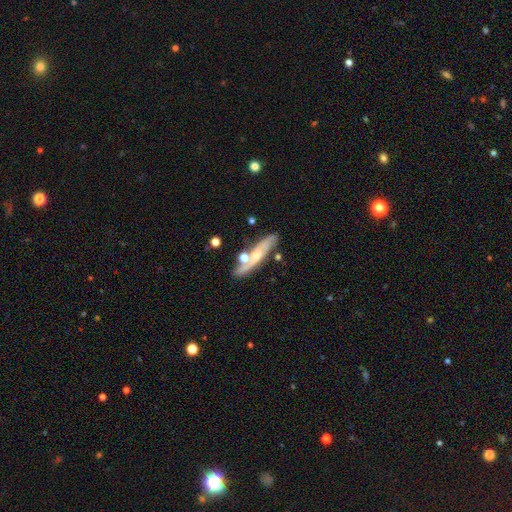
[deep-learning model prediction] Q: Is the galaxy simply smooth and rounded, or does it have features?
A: featured or disk — 62%.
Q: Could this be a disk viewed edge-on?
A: no — 55%.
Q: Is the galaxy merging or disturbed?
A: none — 67%.